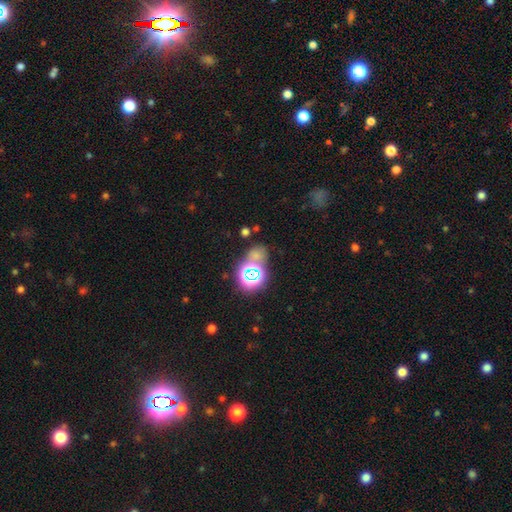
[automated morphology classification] This is possibly a smooth galaxy (47%). Merging: possibly none (53%).